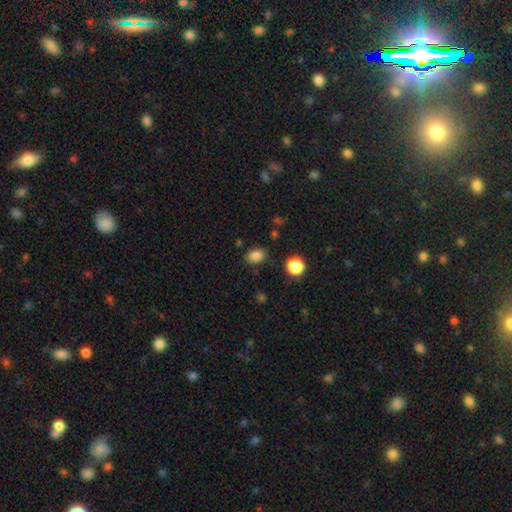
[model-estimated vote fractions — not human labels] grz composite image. It shows a smooth galaxy with no disk features (83%) that is in between round and cigar-shaped (71%). Merging: none (82%).